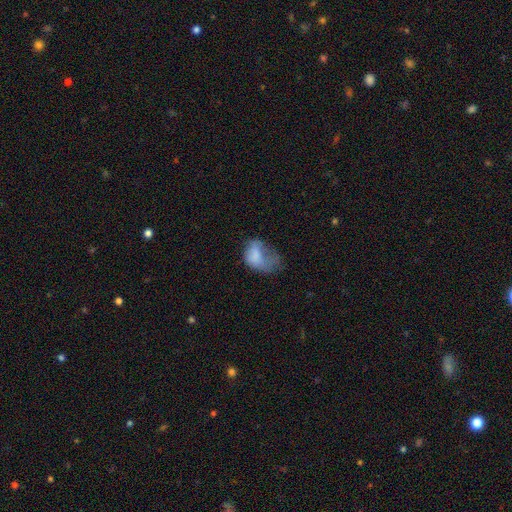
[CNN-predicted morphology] A smooth galaxy with no disk features (68%) that is in between round and cigar-shaped (81%).

Vote fractions:
- Smooth or featured? smooth: 68% / featured or disk: 21% / star or artifact: 10%
- How rounded? in between: 81% / round: 18% / cigar-shaped: 1%
- Merging? major disturbance: 53% / minor disturbance: 27% / none: 17% / merger: 4%